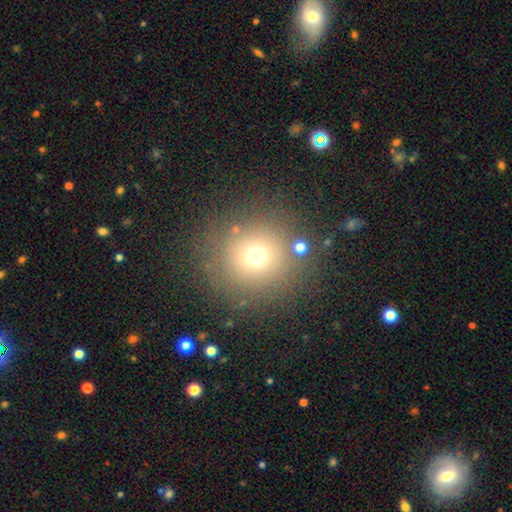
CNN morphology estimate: Q: Smooth or featured?
A: smooth (67%); runner-up: star or artifact (22%)
Q: How rounded?
A: round (93%); runner-up: in between (6%)
Q: Merging?
A: none (82%); runner-up: minor disturbance (8%)